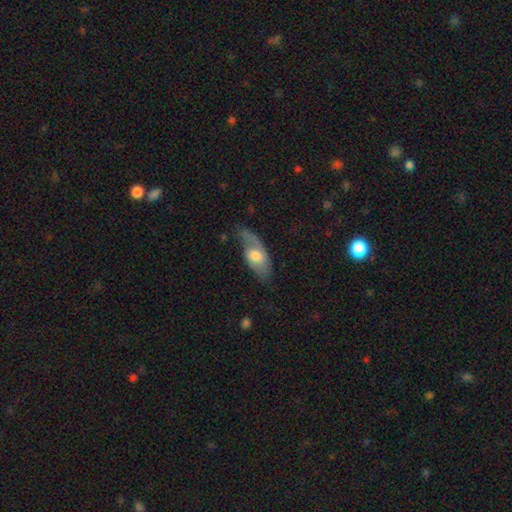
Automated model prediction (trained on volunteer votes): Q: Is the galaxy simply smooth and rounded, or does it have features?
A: featured or disk — 52%.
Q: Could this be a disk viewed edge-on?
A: no — 83%.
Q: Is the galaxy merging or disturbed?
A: none — 54%.